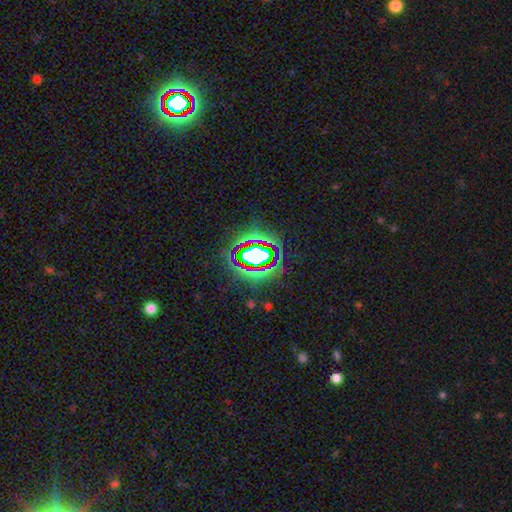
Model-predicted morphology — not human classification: Q: Smooth or featured?
A: star or artifact (58%); runner-up: smooth (23%)